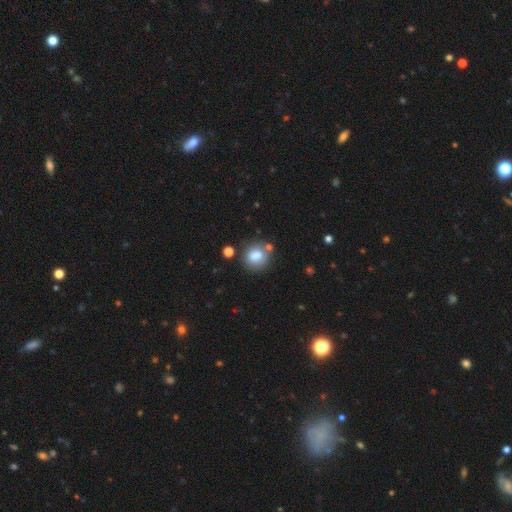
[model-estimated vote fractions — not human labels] The model was most divided on "how rounded": round: 74%, in between: 25%, cigar-shaped: 1%. More confident: smooth or featured — smooth (81%); merging — none (70%).